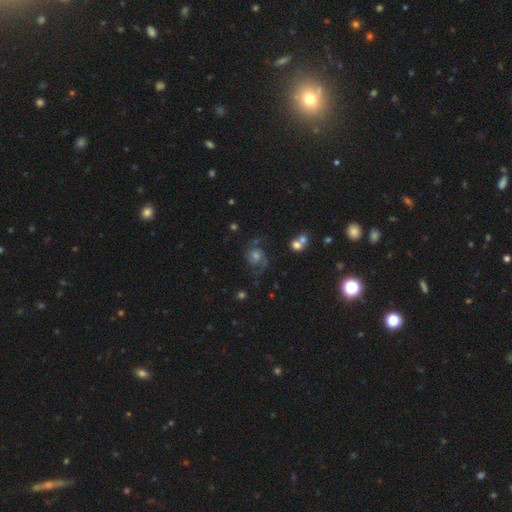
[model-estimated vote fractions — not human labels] Smooth or featured? Predicted: featured or disk (p=0.64). Edge-on disk? Predicted: no (p=0.97). Bar? Predicted: no (p=0.74). Spiral arms? Predicted: yes (p=0.92). Spiral winding? Predicted: medium (p=0.48). Spiral arm count? Predicted: 2 (p=0.63). Bulge size? Predicted: moderate (p=0.47). Merging? Predicted: none (p=0.61).